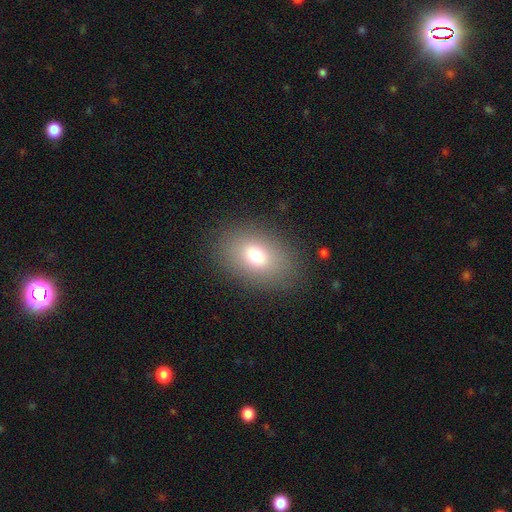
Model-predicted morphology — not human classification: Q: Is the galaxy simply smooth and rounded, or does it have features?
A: smooth — 75%.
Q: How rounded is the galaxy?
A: in between — 80%.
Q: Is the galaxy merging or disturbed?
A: none — 85%.